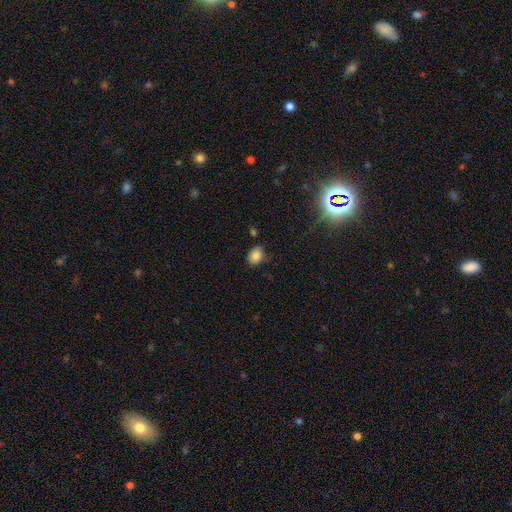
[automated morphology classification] smooth_or_featured: smooth (p=0.82) [alt: star or artifact p=0.10]
how_rounded: in between (p=0.55) [alt: round p=0.44]
merging: none (p=0.76) [alt: minor disturbance p=0.18]